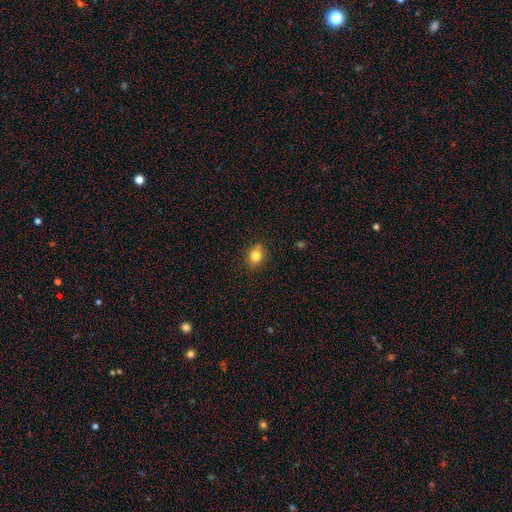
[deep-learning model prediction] Smooth or featured?
  - smooth: 82% *
  - star or artifact: 11%
  - featured or disk: 7%
How rounded?
  - round: 65% *
  - in between: 34%
  - cigar-shaped: 1%
Merging?
  - none: 85% *
  - minor disturbance: 11%
  - major disturbance: 2%
  - merger: 2%